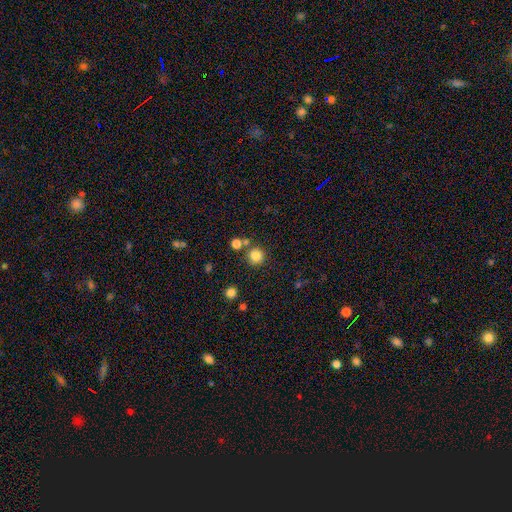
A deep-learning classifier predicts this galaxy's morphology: smooth_or_featured: smooth (p=0.82) [alt: star or artifact p=0.13]
how_rounded: round (p=0.94) [alt: in between p=0.05]
merging: none (p=0.79) [alt: merger p=0.11]